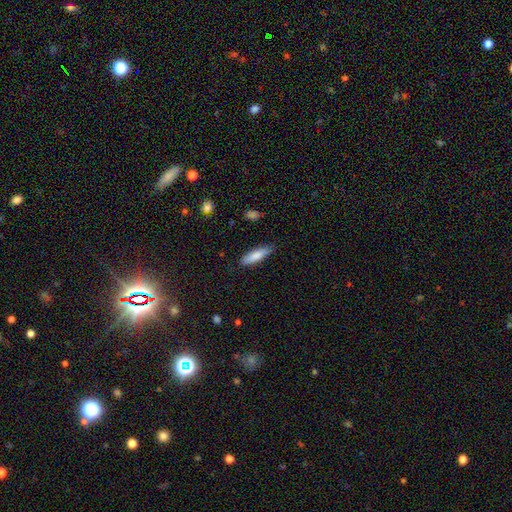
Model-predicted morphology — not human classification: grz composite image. It shows a smooth galaxy with no disk features (82%) that is cigar-shaped (60%). Merging: none (80%).